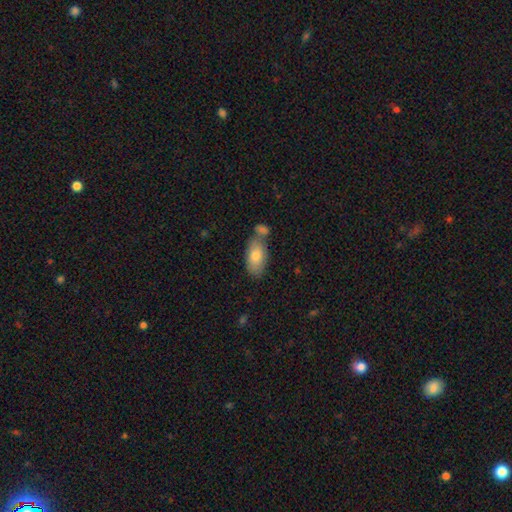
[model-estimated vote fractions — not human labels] This is likely a smooth galaxy (78%). How rounded: clearly in between (92%). Merging: possibly none (57%).